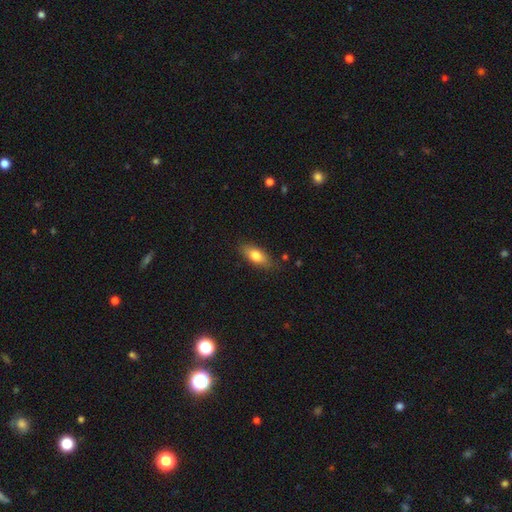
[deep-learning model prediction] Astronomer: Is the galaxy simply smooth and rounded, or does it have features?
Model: smooth — 78%.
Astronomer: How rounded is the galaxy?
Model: in between — 81%.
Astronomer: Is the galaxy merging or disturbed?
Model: none — 82%.